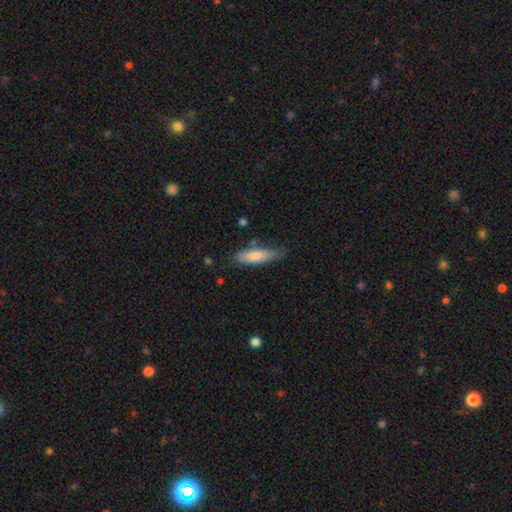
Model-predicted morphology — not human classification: smooth-or-featured: smooth: 77% | featured or disk: 18% | star or artifact: 6%
  how-rounded: cigar-shaped: 71% | in between: 28% | round: 1%
  merging: none: 72% | minor disturbance: 20% | major disturbance: 4% | merger: 3%